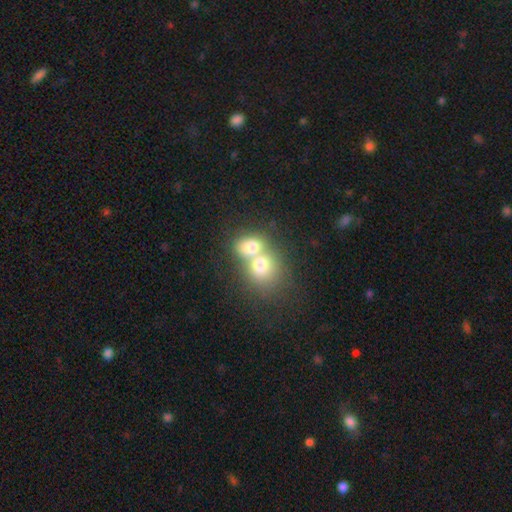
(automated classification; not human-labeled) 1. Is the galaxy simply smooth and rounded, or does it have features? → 70% smooth, 20% featured or disk, 11% star or artifact.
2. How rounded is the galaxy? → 57% round, 42% in between, 1% cigar-shaped.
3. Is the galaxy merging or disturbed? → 72% merger, 20% none, 5% minor disturbance, 3% major disturbance.